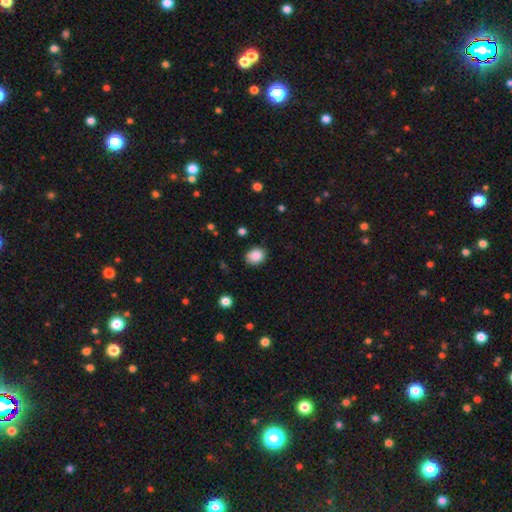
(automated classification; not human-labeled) smooth-or-featured: smooth: 88% | star or artifact: 9% | featured or disk: 4%
  how-rounded: round: 57% | in between: 42% | cigar-shaped: 1%
  merging: none: 85% | minor disturbance: 11% | major disturbance: 3% | merger: 1%